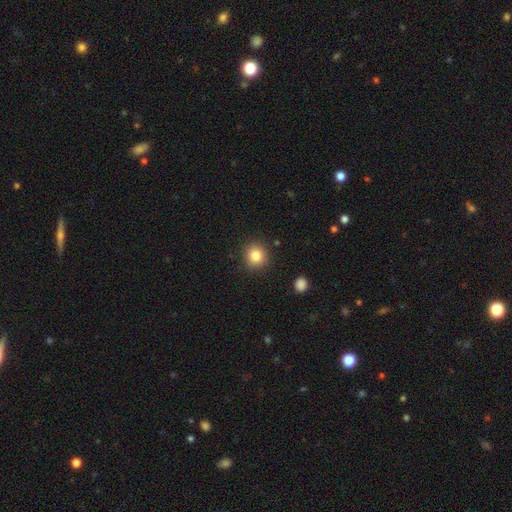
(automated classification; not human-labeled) smooth 83%, star or artifact 10%, featured or disk 6%. Down the decision tree: how rounded — round (89%); merging — none (89%).